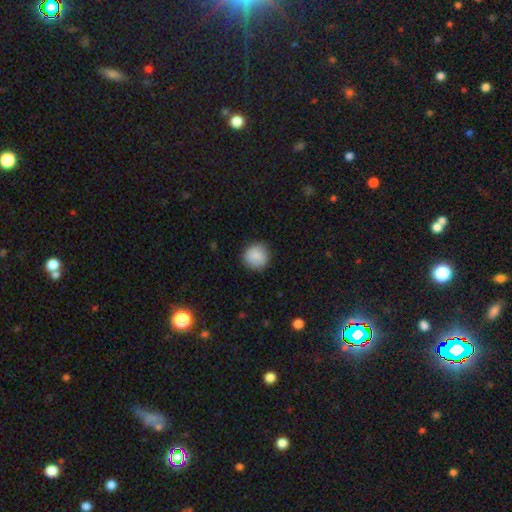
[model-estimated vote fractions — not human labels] This is clearly a smooth galaxy (88%). How rounded: clearly round (93%). Merging: clearly none (89%).